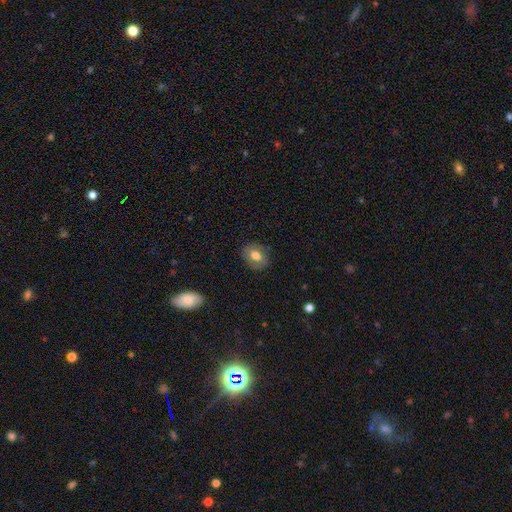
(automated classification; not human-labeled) Morphology: type=smooth (70%); roundness=in between (57%); merging=none (84%).